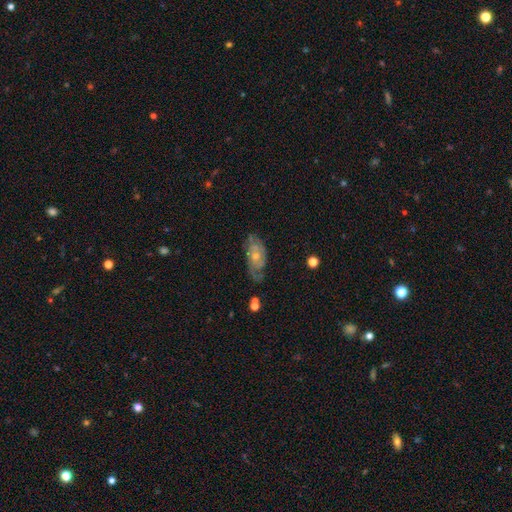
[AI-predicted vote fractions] This appears to be a featured or disk galaxy (74%) with no bar (75%), 2 (50%) tight (50%) spiral arms (87%) and a small central bulge (55%). Merging: none (62%).